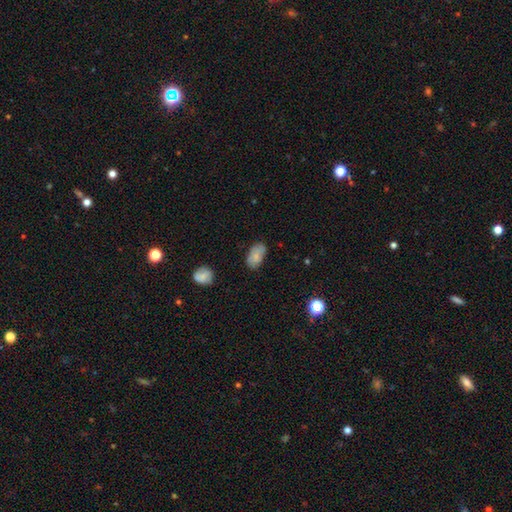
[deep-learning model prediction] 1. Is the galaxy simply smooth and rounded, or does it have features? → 78% smooth, 15% featured or disk, 8% star or artifact.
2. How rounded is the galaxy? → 93% in between, 5% round, 2% cigar-shaped.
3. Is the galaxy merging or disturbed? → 70% none, 23% minor disturbance, 4% major disturbance, 2% merger.